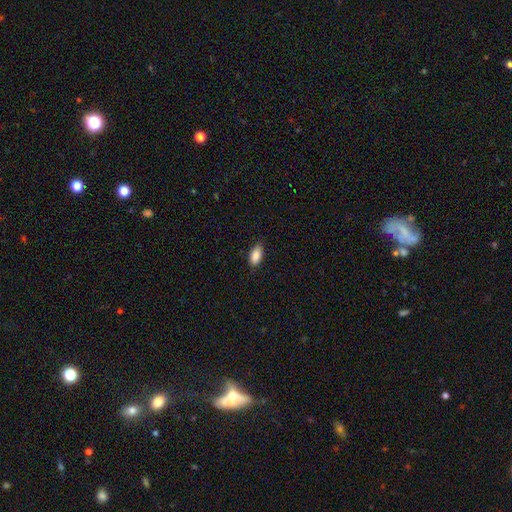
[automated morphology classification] Smooth or featured? smooth (89%)
How rounded? in between (91%)
Merging? none (83%)